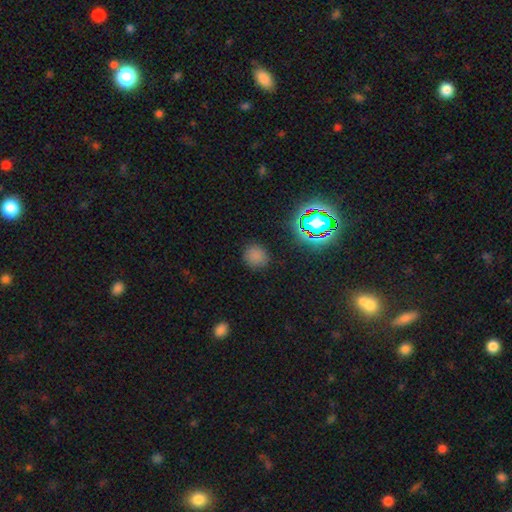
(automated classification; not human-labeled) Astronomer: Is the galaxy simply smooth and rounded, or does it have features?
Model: smooth — 73%.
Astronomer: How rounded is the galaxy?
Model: round — 86%.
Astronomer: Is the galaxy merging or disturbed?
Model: none — 86%.